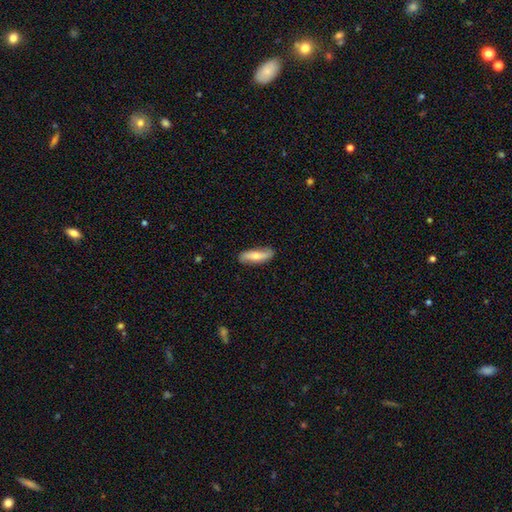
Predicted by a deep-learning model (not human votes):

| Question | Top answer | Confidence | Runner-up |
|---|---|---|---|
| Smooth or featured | smooth | 54% | featured or disk (41%) |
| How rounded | cigar-shaped | 51% | in between (46%) |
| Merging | none | 84% | minor disturbance (13%) |